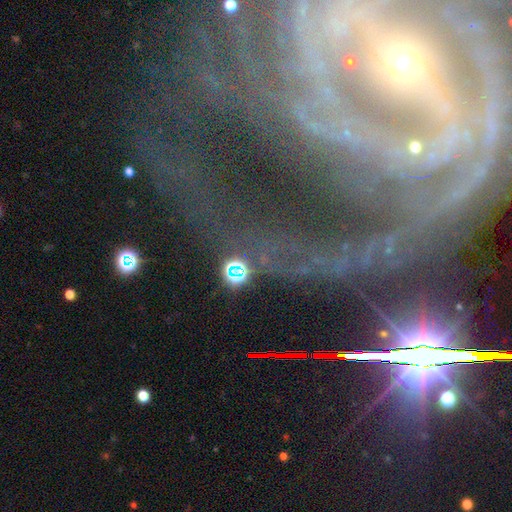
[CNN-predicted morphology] The model was most divided on "spiral arm count": 2: 27%, can't tell: 20%, 3: 18%, 4: 13%, more than 4: 12%, 1: 10%. Remaining: spiral arms — yes (94%); edge-on disk — no (93%); smooth or featured — featured or disk (76%); bulge size — small (68%); merging — none (64%); spiral winding — tight (57%); bar — strong (44%).